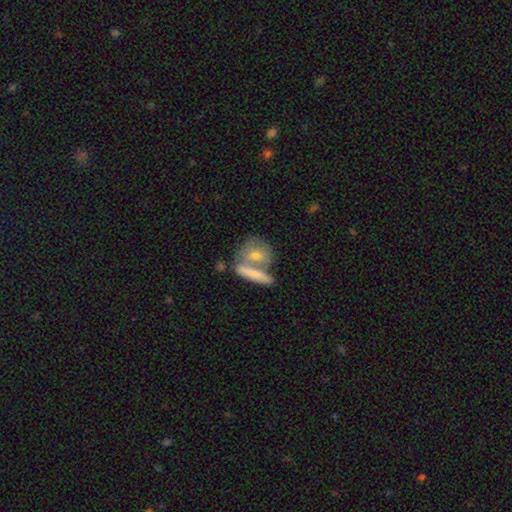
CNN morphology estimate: A smooth galaxy with no disk features (63%) that is round (41%, tied with in between).

Vote fractions:
- Smooth or featured? smooth: 63% / featured or disk: 31% / star or artifact: 7%
- How rounded? round: 41% (tied) / in between: 41% (tied) / cigar-shaped: 18%
- Merging? merger: 49% / none: 35% / minor disturbance: 10% / major disturbance: 5%